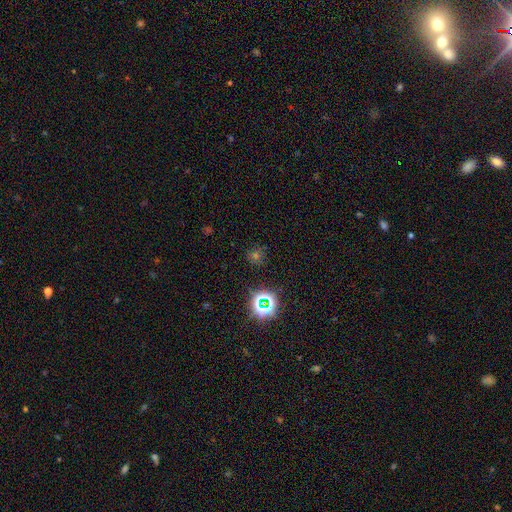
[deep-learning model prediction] Smooth or featured: star or artifact — 46% (smooth — 45%)